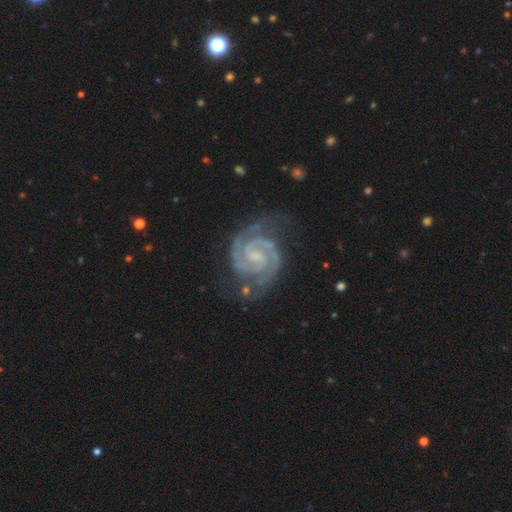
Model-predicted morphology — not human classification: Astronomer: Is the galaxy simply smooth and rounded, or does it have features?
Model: featured or disk — 94%.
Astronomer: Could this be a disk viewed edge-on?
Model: no — 98%.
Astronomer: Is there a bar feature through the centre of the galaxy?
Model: weak — 48% (runner-up: no, 36%).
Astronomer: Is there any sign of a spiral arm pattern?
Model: yes — 99%.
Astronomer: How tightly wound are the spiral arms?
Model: tight — 68%.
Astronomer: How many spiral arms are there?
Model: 2 — 87%.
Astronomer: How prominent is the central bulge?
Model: small — 57%.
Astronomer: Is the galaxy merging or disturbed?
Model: none — 70%.